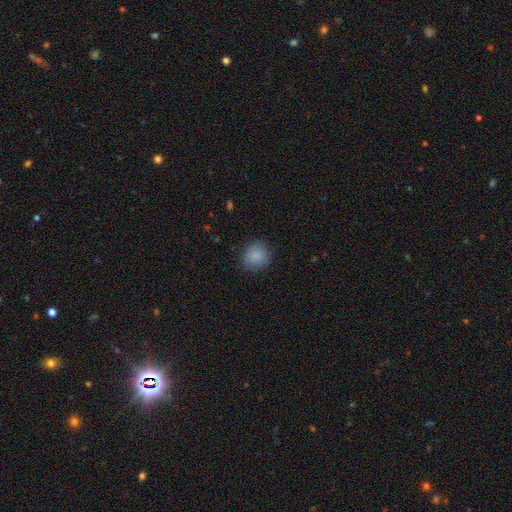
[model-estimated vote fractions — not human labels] Overall: smooth (87%). How rounded: round (84%). Merging: none (86%).